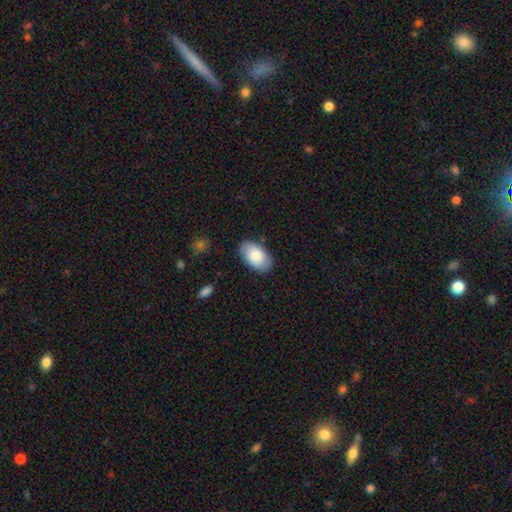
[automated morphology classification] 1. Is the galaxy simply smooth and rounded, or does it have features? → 80% smooth, 14% featured or disk, 6% star or artifact.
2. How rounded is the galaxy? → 94% in between, 5% round, 1% cigar-shaped.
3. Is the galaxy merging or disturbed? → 83% none, 13% minor disturbance, 3% major disturbance, 1% merger.